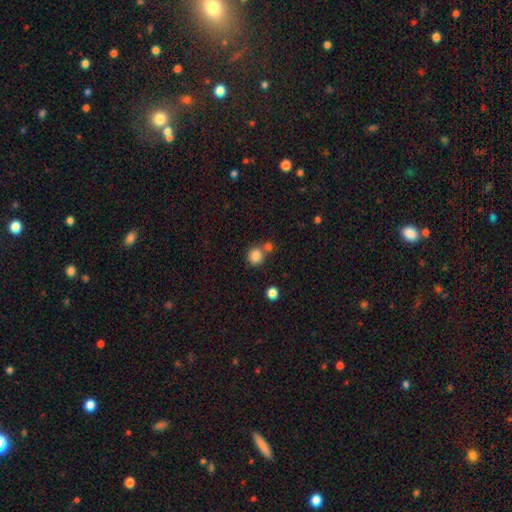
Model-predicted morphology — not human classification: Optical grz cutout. It shows a smooth galaxy with no disk features (84%) that is round (88%). Merging: none (65%).